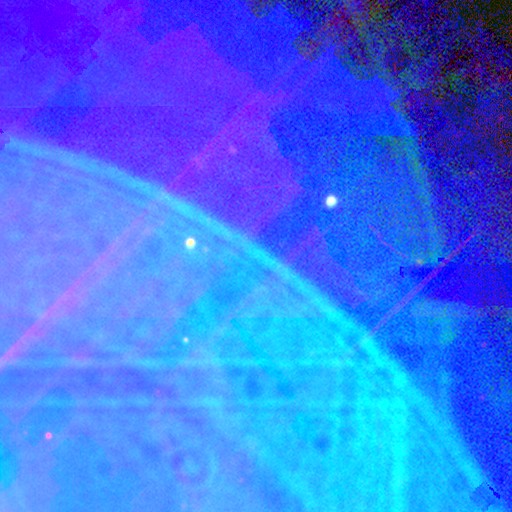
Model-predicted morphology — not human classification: star or artifact 86%, featured or disk 8%, smooth 6%.